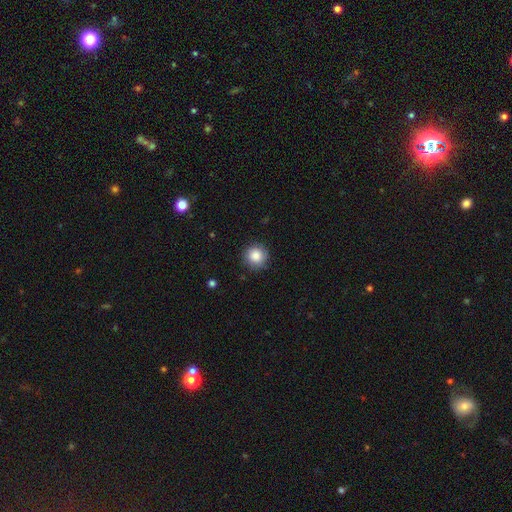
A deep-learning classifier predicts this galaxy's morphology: smooth 85%, star or artifact 9%, featured or disk 7%. Down the decision tree: how rounded — round (93%); merging — none (85%).